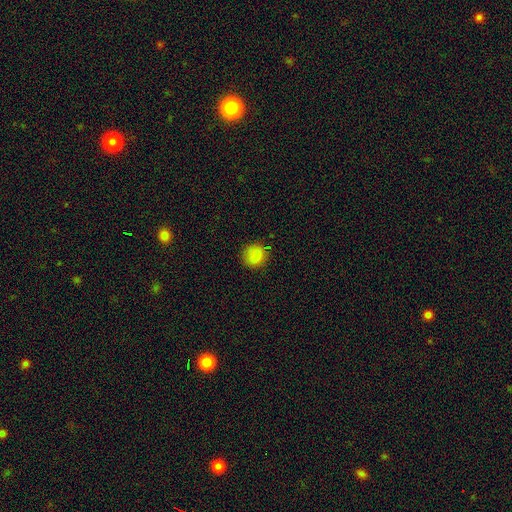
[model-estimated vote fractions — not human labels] A smooth galaxy with no disk features (82%) that is round (71%). Merging: none (77%).